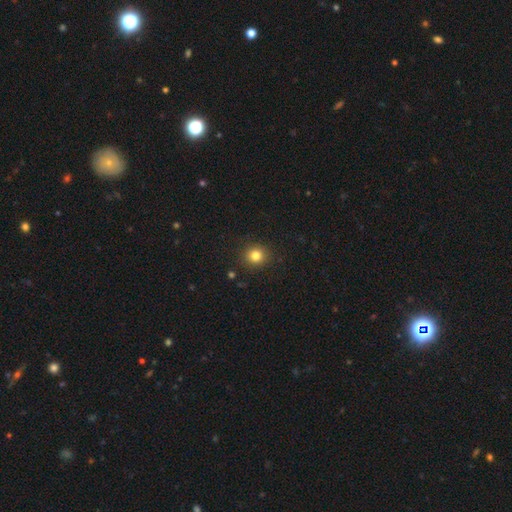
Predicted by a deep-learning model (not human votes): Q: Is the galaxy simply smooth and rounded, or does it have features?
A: smooth — 82%.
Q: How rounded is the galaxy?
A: round — 86%.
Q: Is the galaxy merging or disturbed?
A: none — 90%.